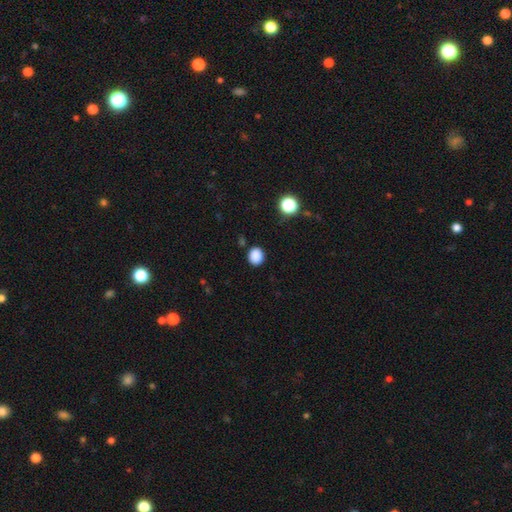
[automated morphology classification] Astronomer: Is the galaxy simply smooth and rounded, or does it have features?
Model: smooth — 86%.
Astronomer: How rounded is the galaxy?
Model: round — 76%.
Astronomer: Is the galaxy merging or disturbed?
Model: none — 88%.